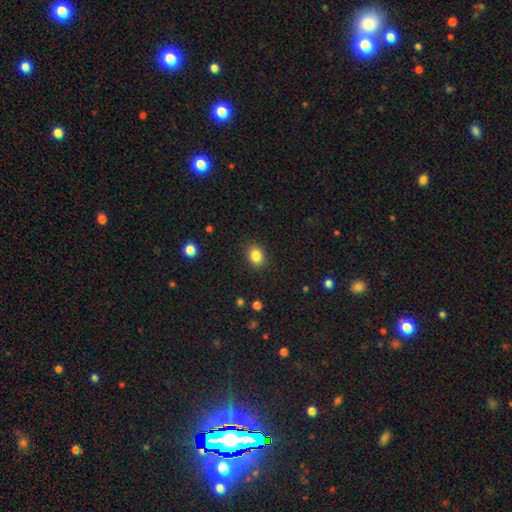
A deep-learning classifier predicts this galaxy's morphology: Smooth or featured? smooth (85%)
How rounded? round (55%)
Merging? none (88%)